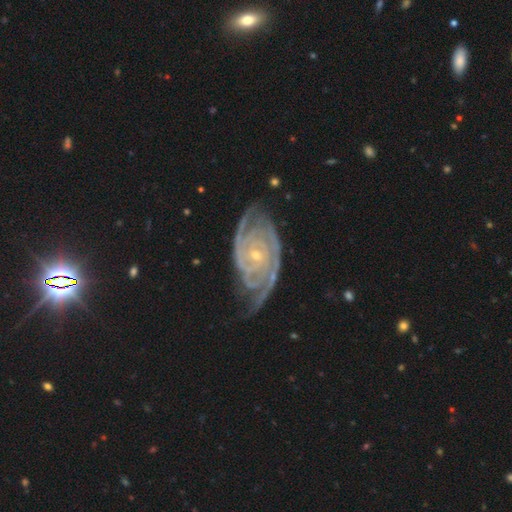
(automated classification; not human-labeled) A featured or disk galaxy (92%) with no bar (71%), 2 (46%) tight (77%) spiral arms (98%) and a small central bulge (78%).

Vote fractions:
- Smooth or featured? featured or disk: 92% / star or artifact: 5% / smooth: 4%
- Edge-on disk? no: 96% / yes: 4%
- Bar? no: 71% / weak: 20% / strong: 9%
- Spiral arms? yes: 98% / no: 2%
- Spiral winding? tight: 77% / medium: 19% / loose: 3%
- Spiral arm count? 2: 46% / 3: 20% / can't tell: 13% / 4: 9% / more than 4: 6% / 1: 6%
- Bulge size? small: 78% / moderate: 19% / none: 1% / large: 1% / dominant: 1%
- Merging? none: 67% / minor disturbance: 22% / major disturbance: 9% / merger: 2%